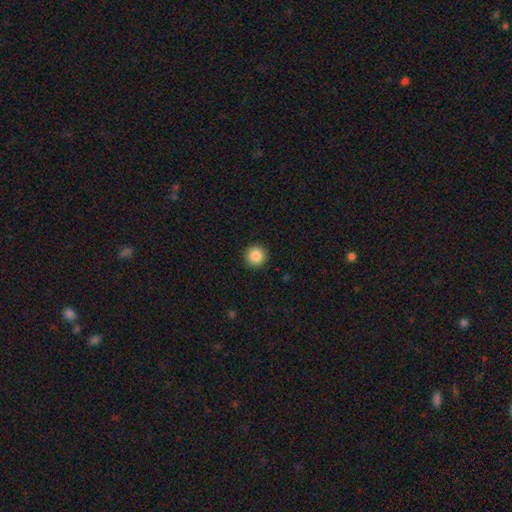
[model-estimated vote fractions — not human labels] Smooth or featured? smooth (87%)
How rounded? round (96%)
Merging? none (93%)